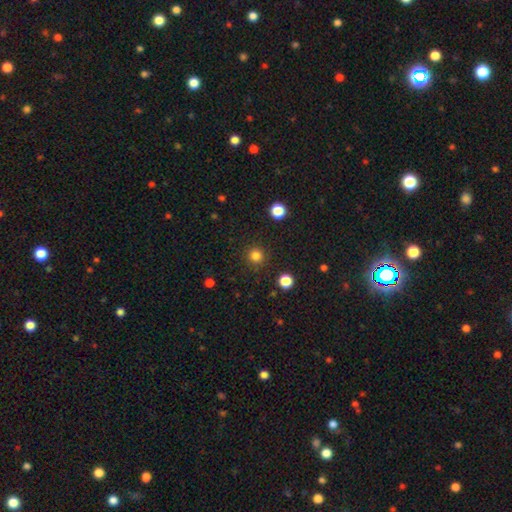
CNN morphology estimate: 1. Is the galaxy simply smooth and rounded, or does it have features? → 82% smooth, 14% star or artifact, 4% featured or disk.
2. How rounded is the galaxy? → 95% round, 4% in between, 1% cigar-shaped.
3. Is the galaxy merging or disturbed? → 90% none, 6% minor disturbance, 2% major disturbance, 1% merger.